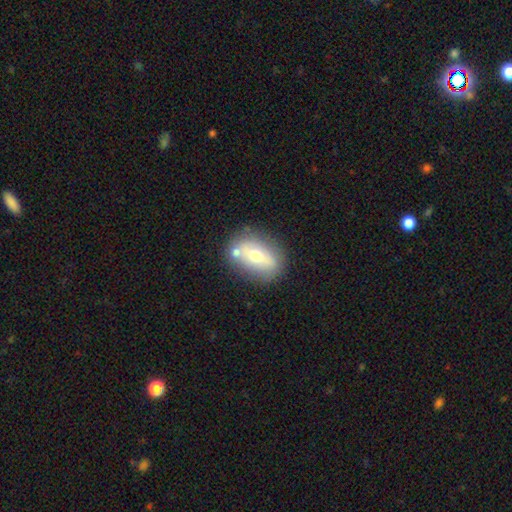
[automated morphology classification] Smooth or featured? smooth (53%)
How rounded? in between (74%)
Merging? none (67%)